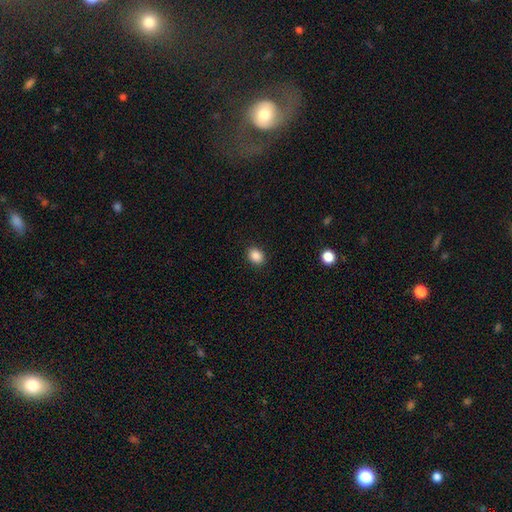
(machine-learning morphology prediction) A smooth galaxy with no disk features (88%) that is in between round and cigar-shaped (64%).

Vote fractions:
- Smooth or featured? smooth: 88% / star or artifact: 9% / featured or disk: 3%
- How rounded? in between: 64% / round: 35% / cigar-shaped: 1%
- Merging? none: 89% / minor disturbance: 8% / major disturbance: 2% / merger: 1%